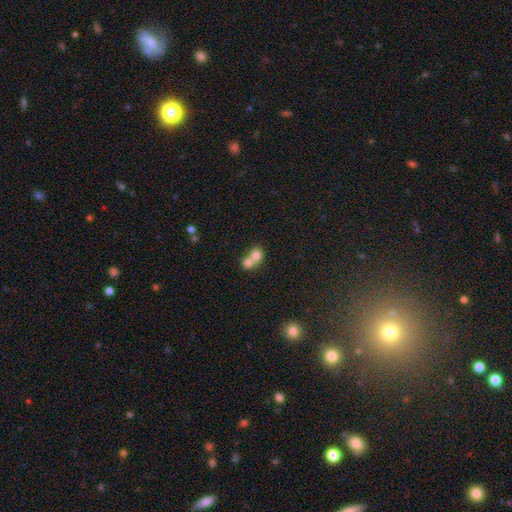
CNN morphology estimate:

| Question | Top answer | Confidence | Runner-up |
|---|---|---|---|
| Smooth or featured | smooth | 76% | featured or disk (15%) |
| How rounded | round | 74% | in between (25%) |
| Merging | merger | 70% | none (23%) |